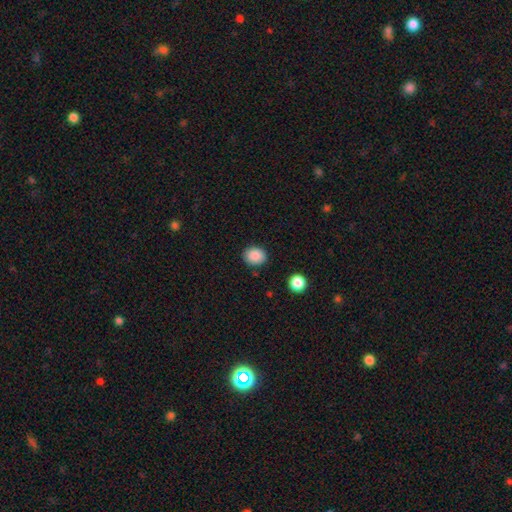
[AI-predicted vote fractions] This is clearly a smooth galaxy (87%). How rounded: likely round (61%). Merging: clearly none (86%).